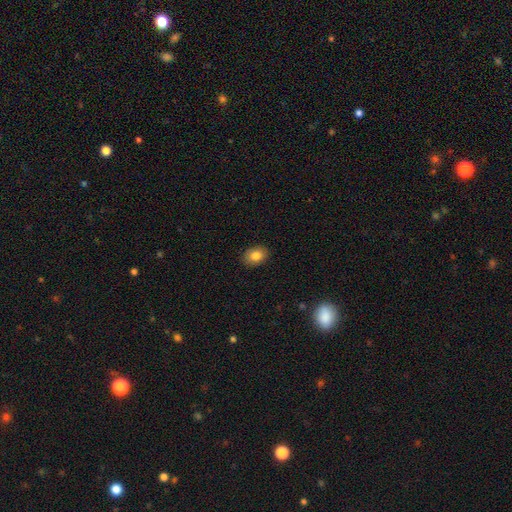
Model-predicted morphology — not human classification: Smooth or featured: smooth — 83% (featured or disk — 9%)
How rounded: in between — 70% (round — 29%)
Merging: none — 88% (minor disturbance — 9%)